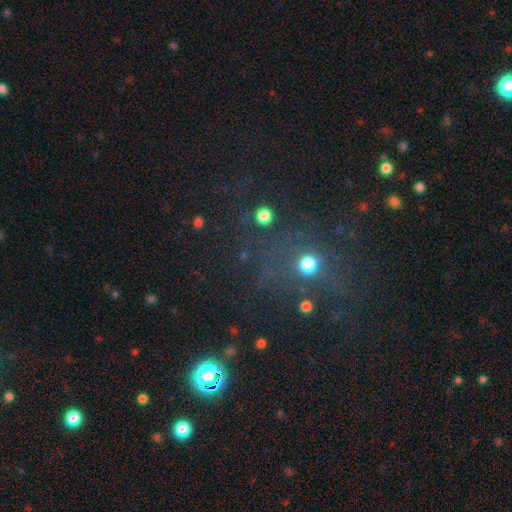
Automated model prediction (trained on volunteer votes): This is possibly a star or artifact rather than a galaxy (51%).